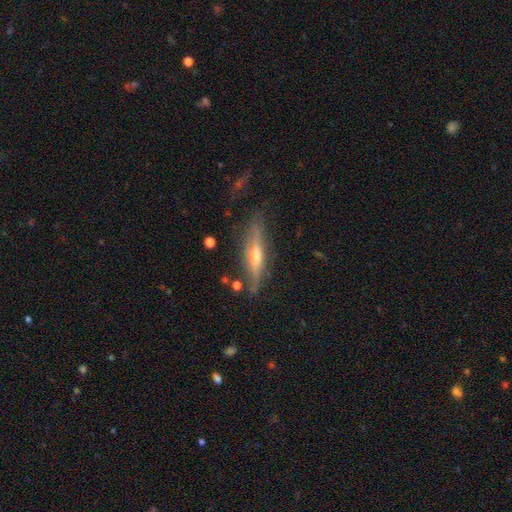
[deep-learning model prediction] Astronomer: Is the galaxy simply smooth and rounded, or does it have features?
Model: featured or disk — 67%.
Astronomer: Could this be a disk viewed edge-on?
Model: yes — 92%.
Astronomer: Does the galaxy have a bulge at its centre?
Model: rounded — 72%.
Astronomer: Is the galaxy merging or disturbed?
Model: none — 77%.